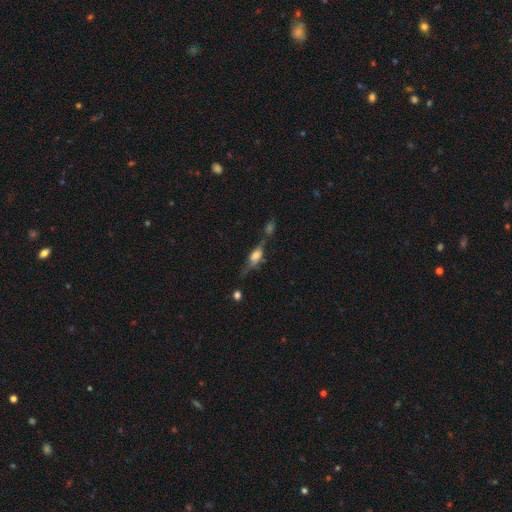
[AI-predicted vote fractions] Overall: featured or disk (56%; smooth 34%). Edge-on disk: yes (83%). Merging: none (50%; minor disturbance 20%).